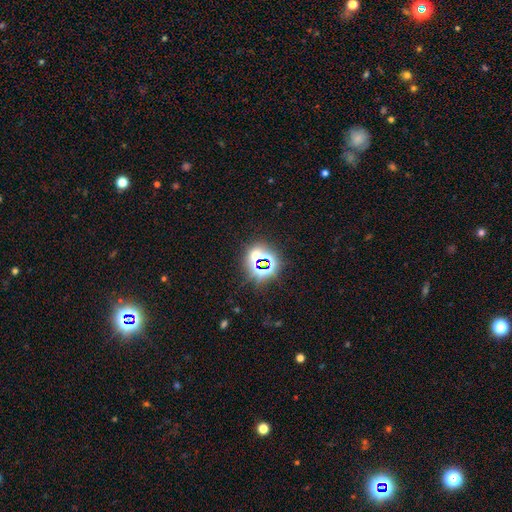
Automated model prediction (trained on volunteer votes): The model was most divided on "smooth or featured": star or artifact: 70%, smooth: 21%, featured or disk: 9%.